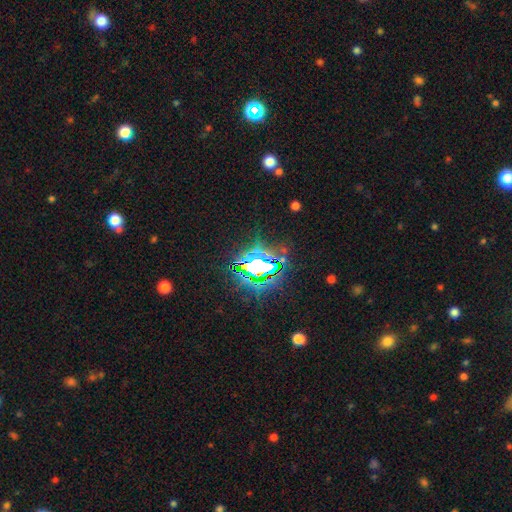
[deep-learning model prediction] star or artifact 77%, smooth 12%, featured or disk 12%.